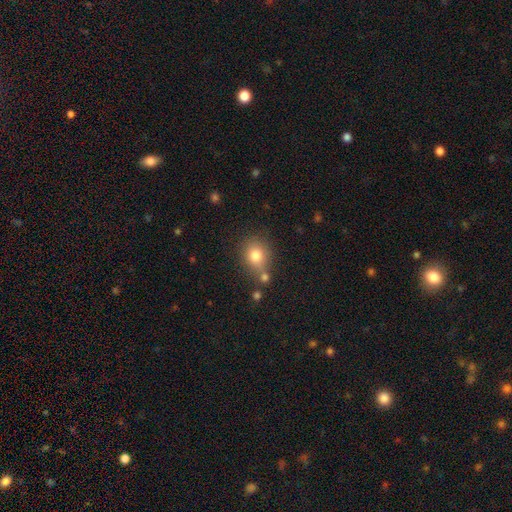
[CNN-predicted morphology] This appears to be a smooth galaxy with no disk features (79%) that is round (68%). Merging: none (62%).